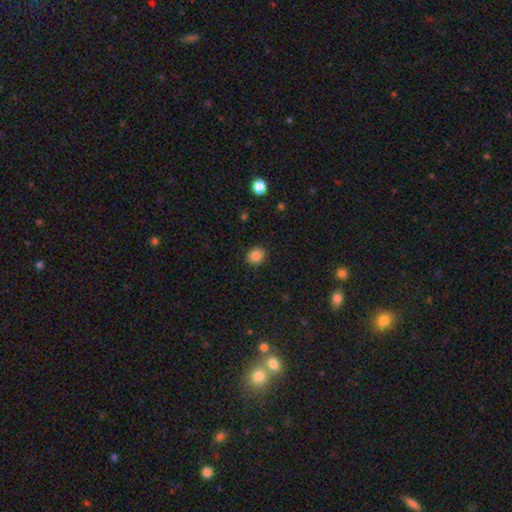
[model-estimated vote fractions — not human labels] Morphology: type=smooth (86%); roundness=round (70%); merging=none (89%).